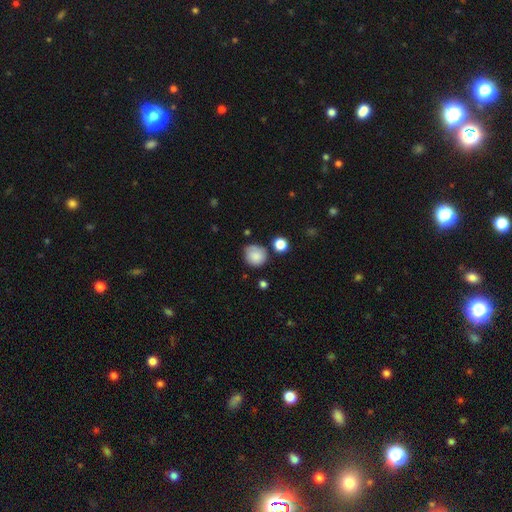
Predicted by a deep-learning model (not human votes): Overall: smooth (80%). How rounded: round (81%). Merging: none (62%; minor disturbance 25%).